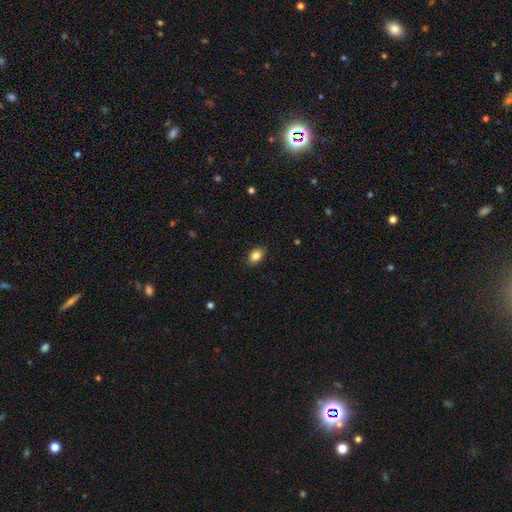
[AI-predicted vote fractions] Smooth or featured?
  - smooth: 85% *
  - star or artifact: 9%
  - featured or disk: 6%
How rounded?
  - in between: 83% *
  - round: 15%
  - cigar-shaped: 1%
Merging?
  - none: 88% *
  - minor disturbance: 9%
  - major disturbance: 2%
  - merger: 1%